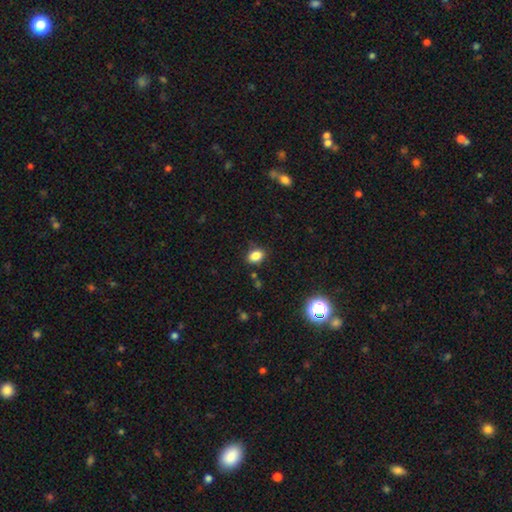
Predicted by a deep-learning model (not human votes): Morphology: type=smooth (84%); roundness=in between (74%); merging=none (83%).